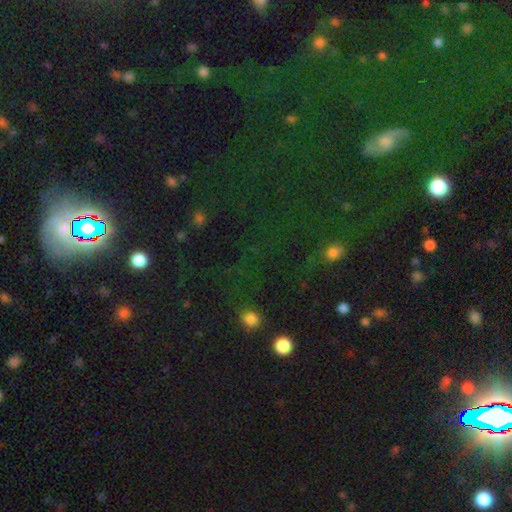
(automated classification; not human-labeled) The model was most divided on "smooth or featured": star or artifact: 70%, smooth: 21%, featured or disk: 9%.